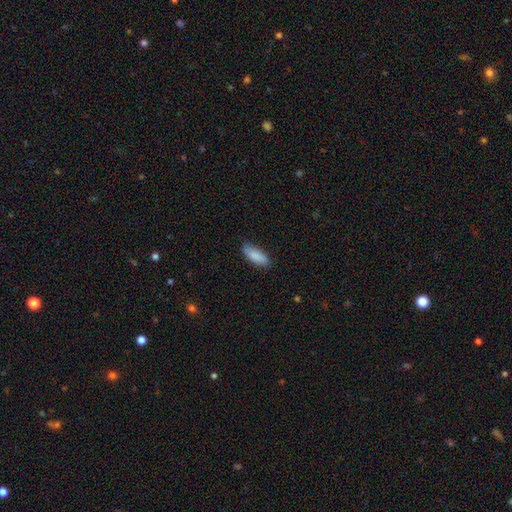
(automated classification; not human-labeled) Smooth or featured? Predicted: smooth (p=0.87). How rounded? Predicted: in between (p=0.70). Merging? Predicted: none (p=0.81).